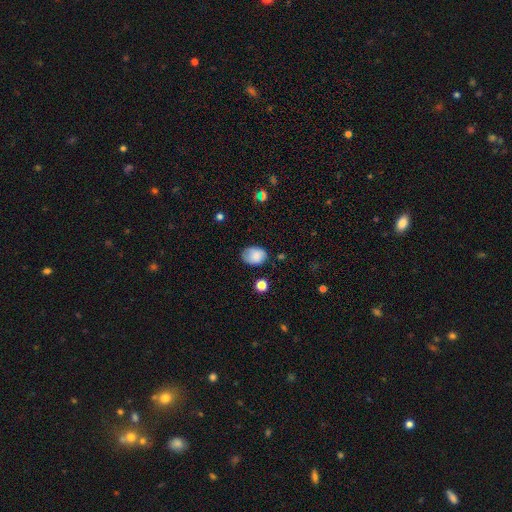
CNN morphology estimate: Q: Smooth or featured?
A: smooth (80%); runner-up: featured or disk (12%)
Q: How rounded?
A: in between (72%); runner-up: round (27%)
Q: Merging?
A: none (66%); runner-up: minor disturbance (26%)